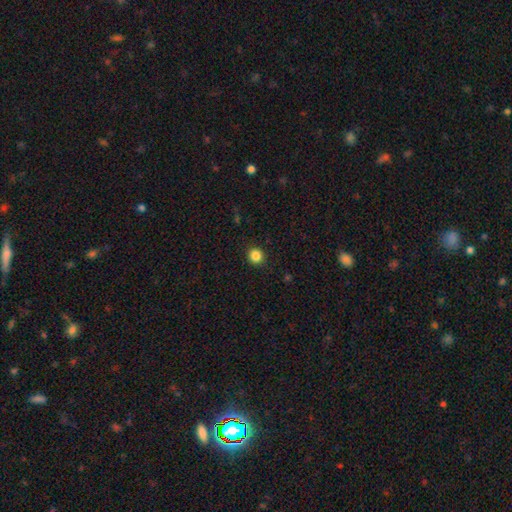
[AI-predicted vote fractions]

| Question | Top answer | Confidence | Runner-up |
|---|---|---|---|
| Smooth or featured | smooth | 85% | star or artifact (11%) |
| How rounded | round | 90% | in between (9%) |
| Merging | none | 92% | minor disturbance (6%) |